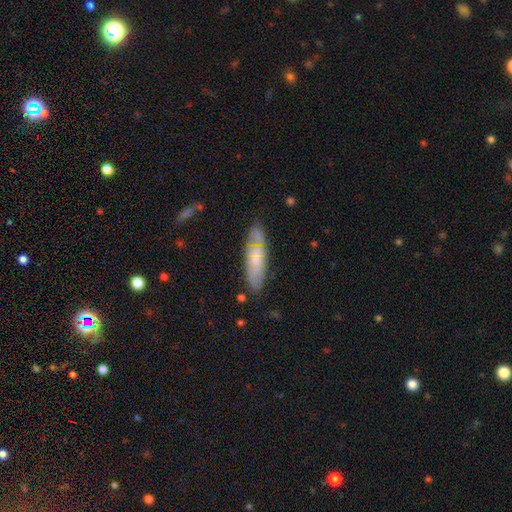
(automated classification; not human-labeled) smooth_or_featured: smooth (p=0.51) [alt: featured or disk p=0.41]
how_rounded: cigar-shaped (p=0.54) [alt: in between p=0.43]
merging: none (p=0.72) [alt: minor disturbance p=0.17]